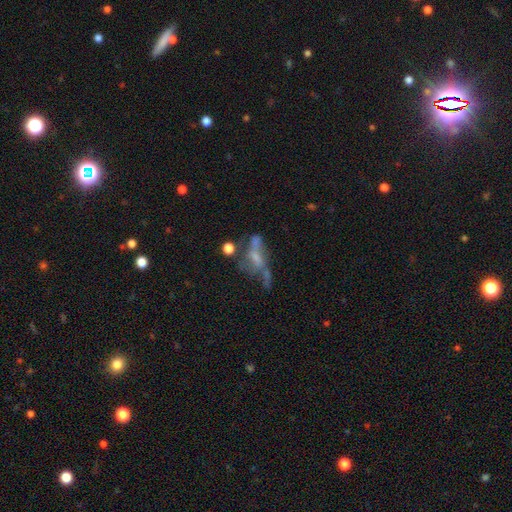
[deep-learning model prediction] The model was most divided on "merging": major disturbance: 34%, none: 27%, merger: 23%, minor disturbance: 16%. More confident: edge-on disk — no (89%); smooth or featured — featured or disk (53%).